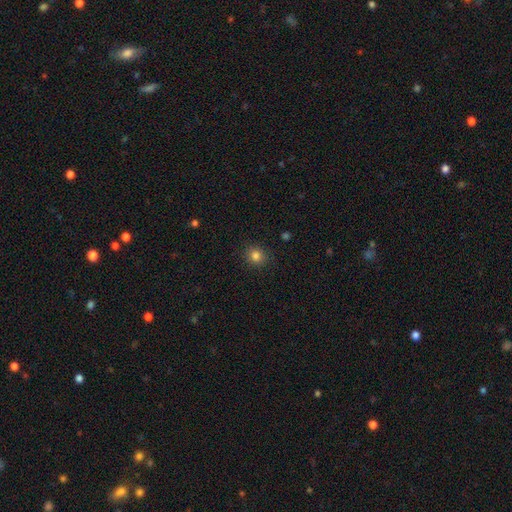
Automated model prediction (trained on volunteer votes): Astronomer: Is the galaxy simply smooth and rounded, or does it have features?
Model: smooth — 82%.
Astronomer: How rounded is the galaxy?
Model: round — 84%.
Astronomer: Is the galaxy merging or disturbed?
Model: none — 90%.